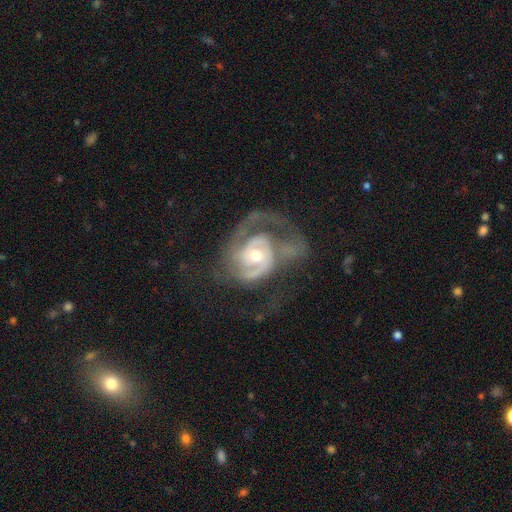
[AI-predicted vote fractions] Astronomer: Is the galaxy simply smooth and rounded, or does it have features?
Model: featured or disk — 88%.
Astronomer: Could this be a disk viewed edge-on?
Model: no — 98%.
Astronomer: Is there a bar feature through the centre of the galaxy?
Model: no — 65%.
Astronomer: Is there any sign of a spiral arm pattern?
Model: yes — 95%.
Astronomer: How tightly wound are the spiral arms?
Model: tight — 49% (runner-up: medium, 38%).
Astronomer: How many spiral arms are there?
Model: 2 — 46%.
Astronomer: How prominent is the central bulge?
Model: moderate — 68%.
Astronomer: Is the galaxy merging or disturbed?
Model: major disturbance — 39% (runner-up: none, 38%).